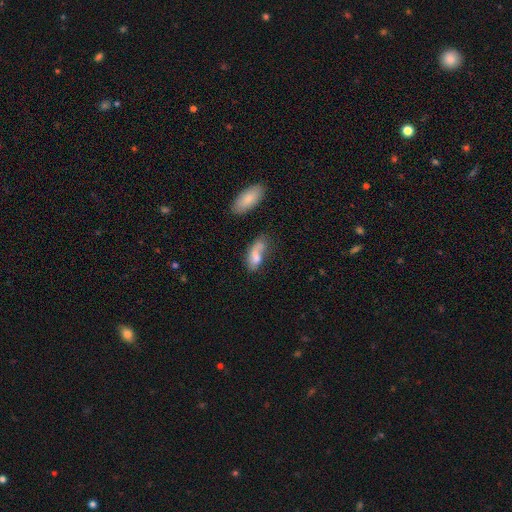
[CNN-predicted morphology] Q: Smooth or featured?
A: smooth (70%); runner-up: featured or disk (21%)
Q: How rounded?
A: in between (80%); runner-up: cigar-shaped (16%)
Q: Merging?
A: none (32%); runner-up: merger (28%)